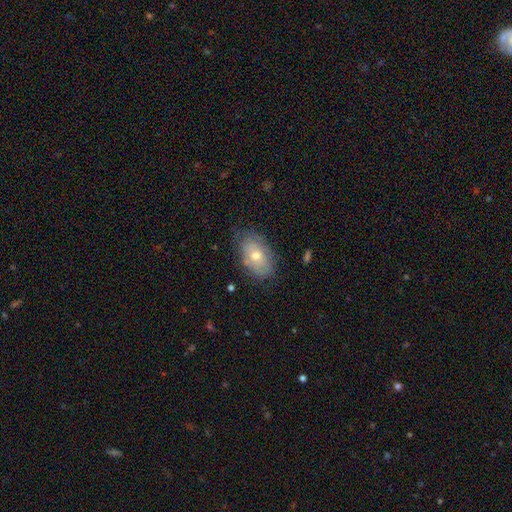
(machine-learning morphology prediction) This is possibly a smooth galaxy (55%). How rounded: clearly in between (89%). Merging: likely none (69%).